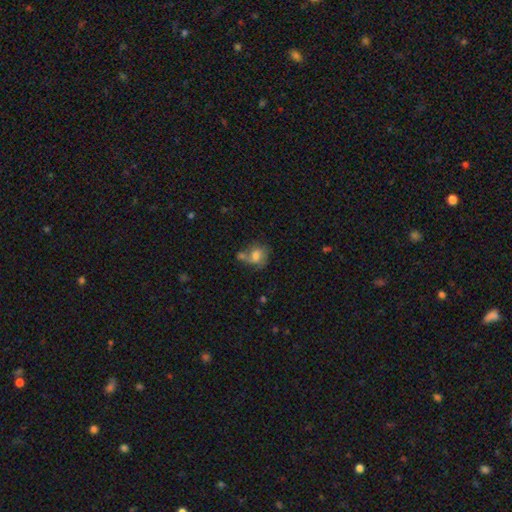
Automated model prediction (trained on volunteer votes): smooth 62%, featured or disk 27%, star or artifact 11%. Down the decision tree: how rounded — round (54%); merging — none (37%).